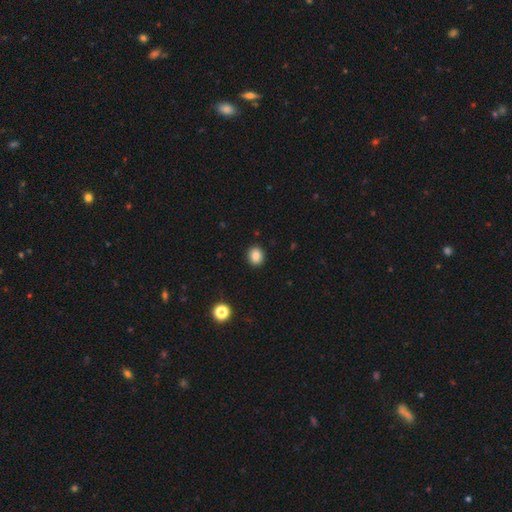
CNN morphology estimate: Smooth or featured?
  - smooth: 84% *
  - star or artifact: 10%
  - featured or disk: 6%
How rounded?
  - round: 74% *
  - in between: 25%
  - cigar-shaped: 1%
Merging?
  - none: 92% *
  - minor disturbance: 6%
  - major disturbance: 2%
  - merger: 1%